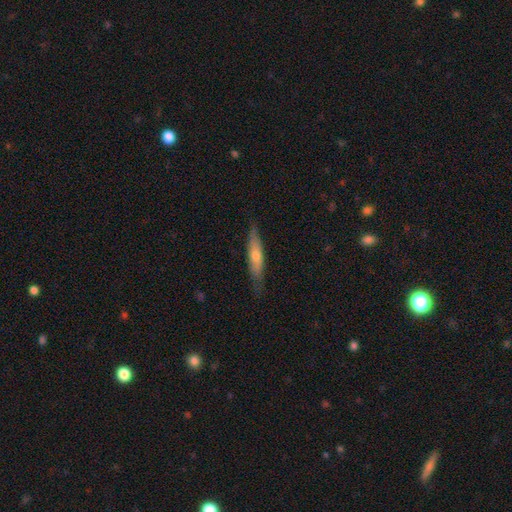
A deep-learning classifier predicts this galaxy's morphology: Smooth or featured? smooth (52%)
How rounded? cigar-shaped (82%)
Merging? none (78%)